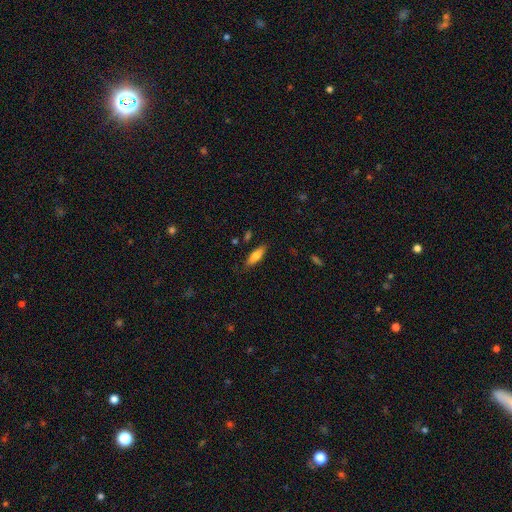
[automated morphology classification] Overall: smooth (74%). How rounded: in between (53%; cigar-shaped 45%). Merging: none (82%).